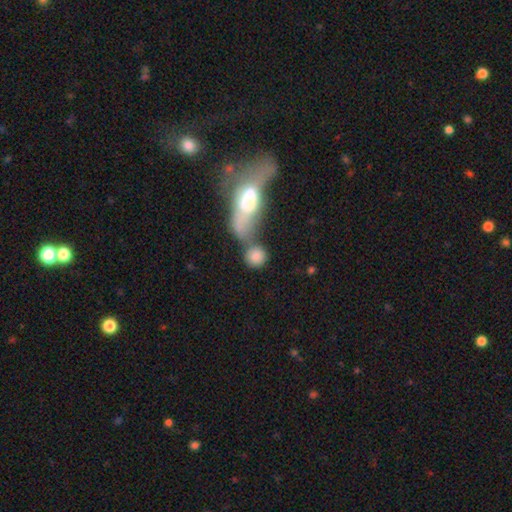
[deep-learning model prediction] This appears to be a smooth galaxy with no disk features (80%) that is round (80%). Merging: merger (41%).